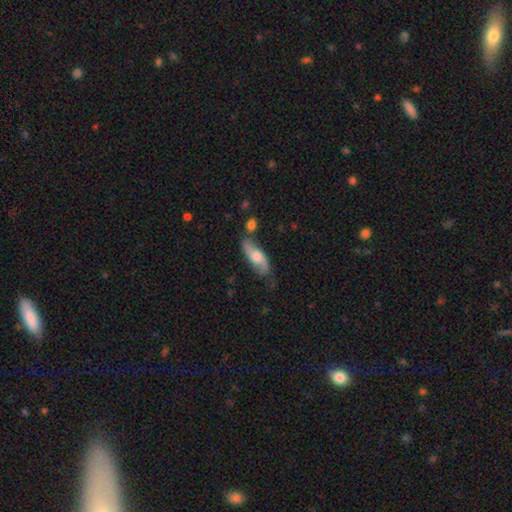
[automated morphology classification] Overall: smooth (47%, tied with featured or disk). Merging: none (57%; minor disturbance 24%).